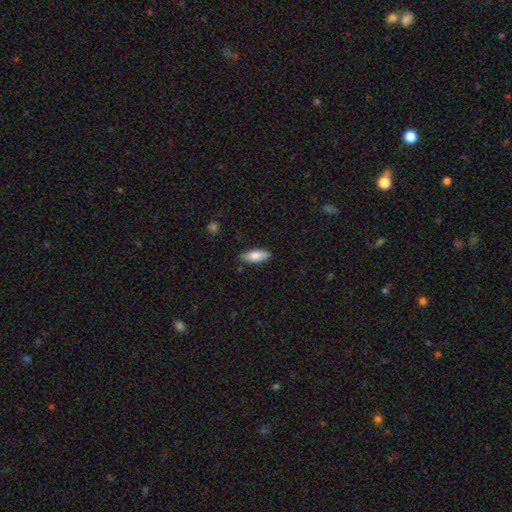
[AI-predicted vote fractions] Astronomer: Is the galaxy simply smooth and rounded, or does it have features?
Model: smooth — 82%.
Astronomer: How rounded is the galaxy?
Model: in between — 74%.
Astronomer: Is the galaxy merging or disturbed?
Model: none — 84%.